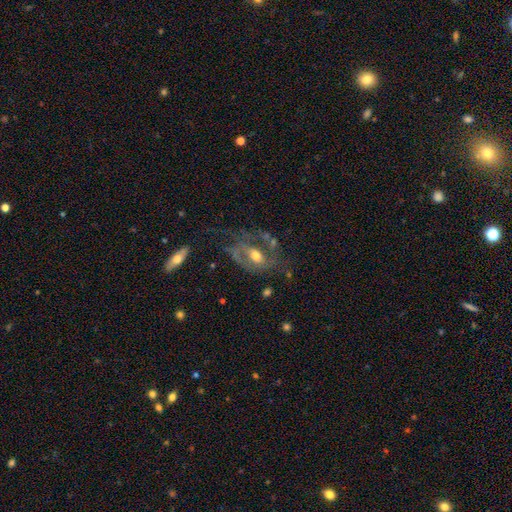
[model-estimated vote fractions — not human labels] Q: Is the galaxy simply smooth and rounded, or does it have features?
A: featured or disk — 71%.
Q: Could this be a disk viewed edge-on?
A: no — 95%.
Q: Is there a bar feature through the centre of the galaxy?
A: no — 50%.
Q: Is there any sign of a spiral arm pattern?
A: yes — 69%.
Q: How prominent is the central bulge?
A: moderate — 70%.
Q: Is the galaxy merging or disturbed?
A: none — 38%.